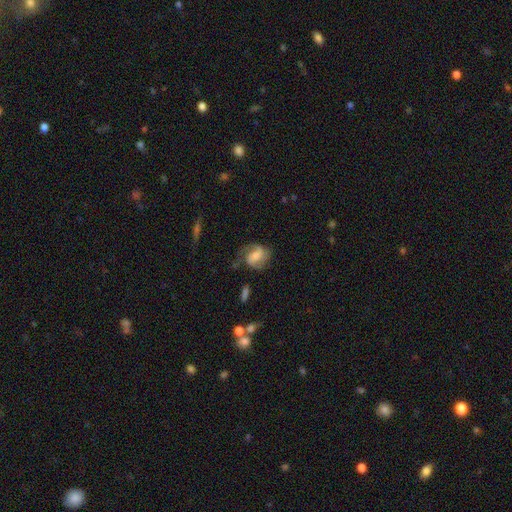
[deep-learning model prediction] This appears to be a featured or disk galaxy (69%) with a weak bar (45%), 2 (71%) medium (47%) spiral arms (92%) and a small central bulge (36%, tied with moderate). Merging: none (56%).